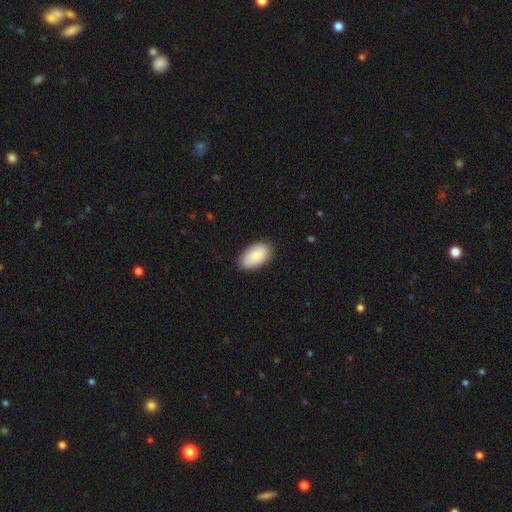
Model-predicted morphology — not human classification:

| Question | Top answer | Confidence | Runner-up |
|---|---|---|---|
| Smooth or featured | smooth | 87% | featured or disk (7%) |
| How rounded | in between | 95% | round (3%) |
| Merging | none | 85% | minor disturbance (12%) |